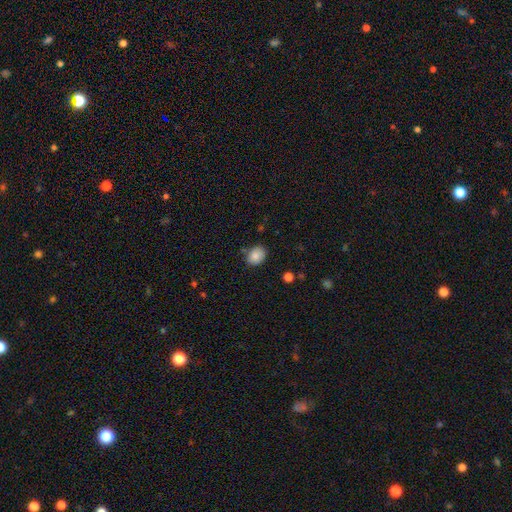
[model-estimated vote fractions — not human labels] Smooth or featured? smooth (85%)
How rounded? in between (51%)
Merging? none (75%)